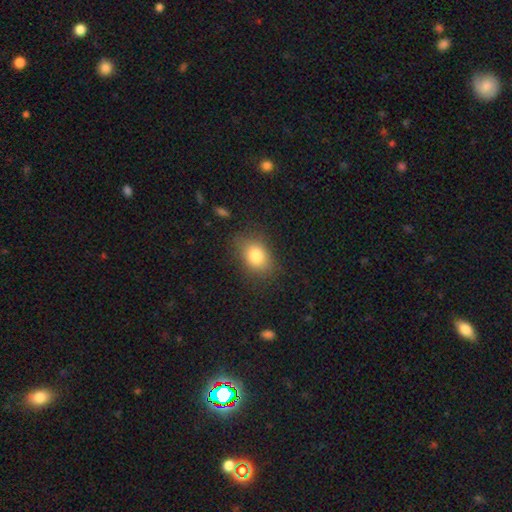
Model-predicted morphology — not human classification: A smooth galaxy with no disk features (80%) that is in between round and cigar-shaped (71%). Merging: none (76%).